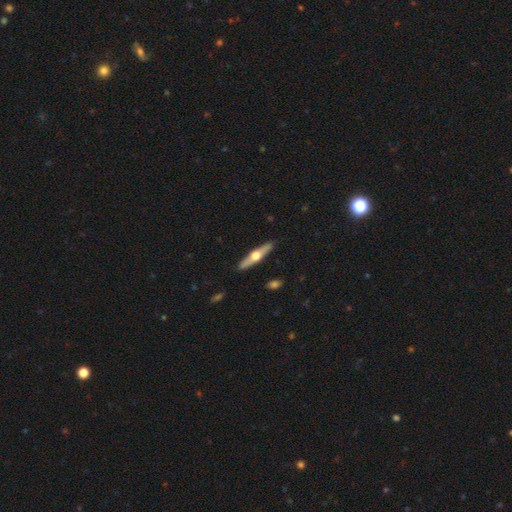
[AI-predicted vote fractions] Q: Smooth or featured?
A: featured or disk (62%); runner-up: smooth (33%)
Q: Edge-on disk?
A: yes (94%); runner-up: no (6%)
Q: Edge-on bulge?
A: rounded (95%); runner-up: none (3%)
Q: Merging?
A: none (91%); runner-up: minor disturbance (7%)